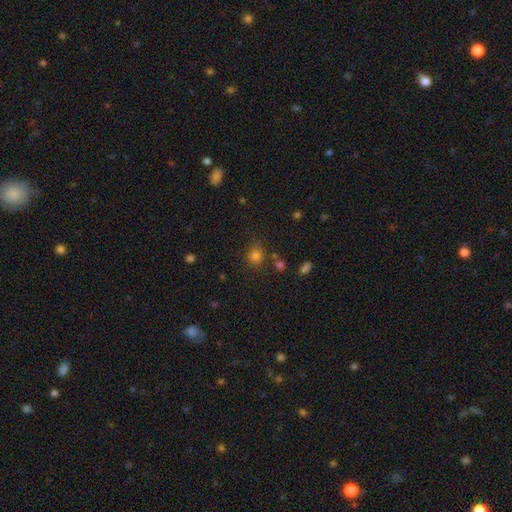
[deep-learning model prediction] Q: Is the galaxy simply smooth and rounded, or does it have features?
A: smooth — 77%.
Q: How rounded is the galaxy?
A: round — 78%.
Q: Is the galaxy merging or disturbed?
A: none — 76%.